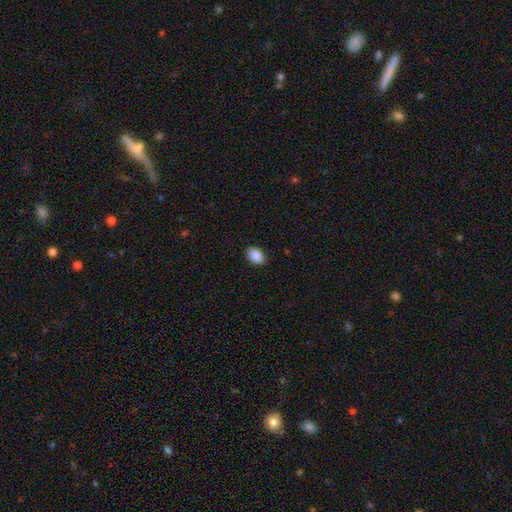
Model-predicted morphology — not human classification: smooth-or-featured: smooth: 90% | star or artifact: 7% | featured or disk: 3%
  how-rounded: in between: 83% | round: 16% | cigar-shaped: 1%
  merging: none: 88% | minor disturbance: 9% | major disturbance: 2% | merger: 1%